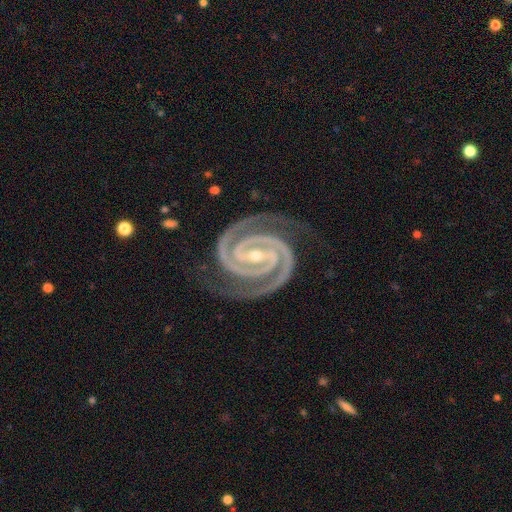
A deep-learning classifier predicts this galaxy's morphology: The model was most divided on "bar": strong: 53%, weak: 30%, no: 17%. More confident: spiral arms — yes (99%); edge-on disk — no (98%); smooth or featured — featured or disk (95%); spiral arm count — 2 (93%); spiral winding — tight (82%); merging — none (81%); bulge size — small (63%).